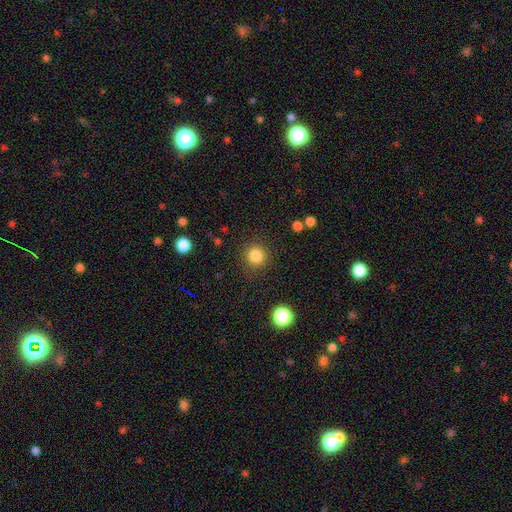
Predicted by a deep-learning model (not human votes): Smooth or featured: smooth — 84% (star or artifact — 12%)
How rounded: round — 93% (in between — 6%)
Merging: none — 88% (minor disturbance — 7%)